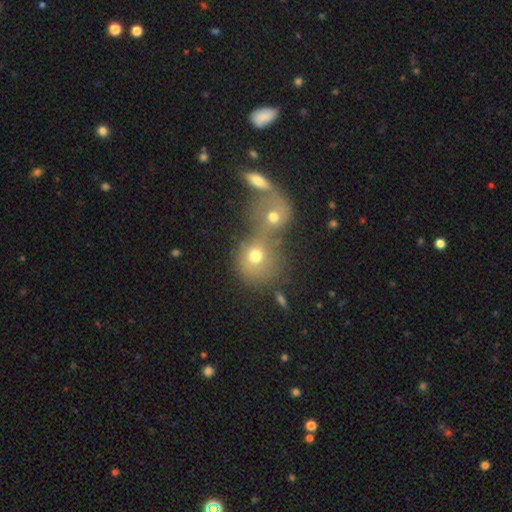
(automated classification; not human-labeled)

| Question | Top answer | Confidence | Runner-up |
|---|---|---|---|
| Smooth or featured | smooth | 69% | featured or disk (17%) |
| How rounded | round | 78% | in between (21%) |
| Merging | merger | 66% | none (23%) |